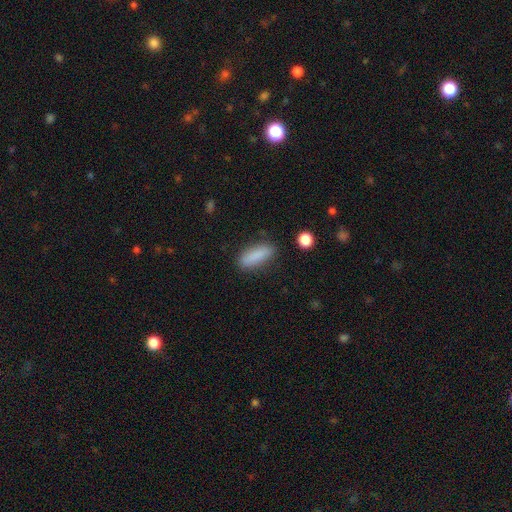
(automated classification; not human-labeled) smooth 86%, star or artifact 7%, featured or disk 7%. Down the decision tree: how rounded — in between (50%); merging — none (85%).